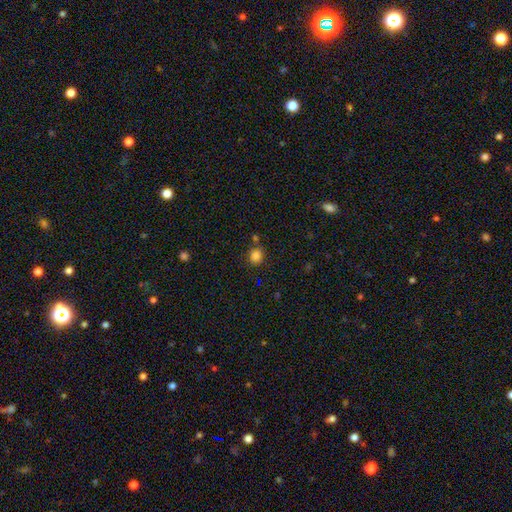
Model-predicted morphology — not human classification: This is clearly a smooth galaxy (82%). How rounded: likely round (78%). Merging: likely none (75%).